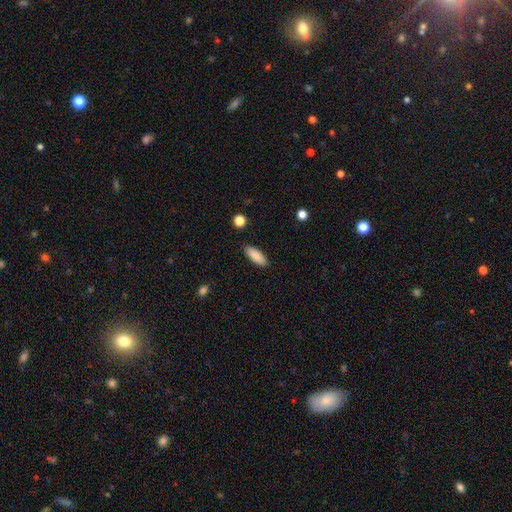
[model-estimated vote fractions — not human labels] Overall: smooth (87%). How rounded: in between (68%; cigar-shaped 30%). Merging: none (89%).